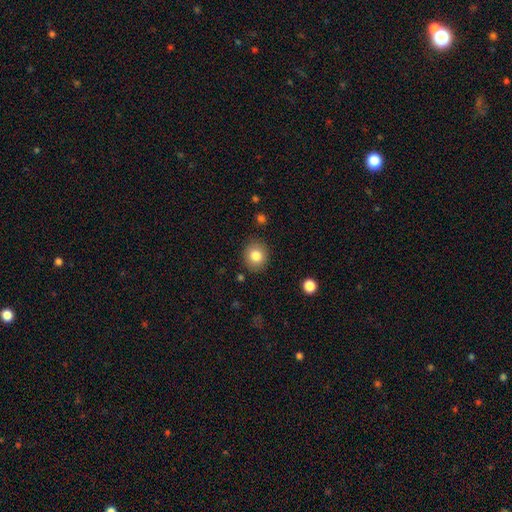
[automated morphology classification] smooth 83%, star or artifact 9%, featured or disk 8%. Down the decision tree: how rounded — round (79%); merging — none (88%).